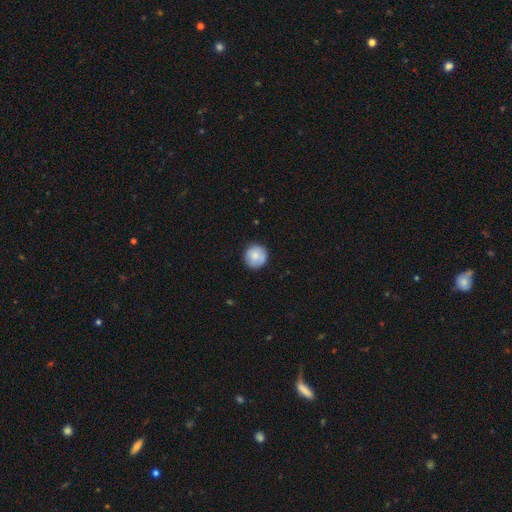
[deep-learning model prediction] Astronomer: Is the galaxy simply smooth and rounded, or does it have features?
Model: smooth — 80%.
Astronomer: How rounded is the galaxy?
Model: round — 95%.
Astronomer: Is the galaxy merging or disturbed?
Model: none — 86%.